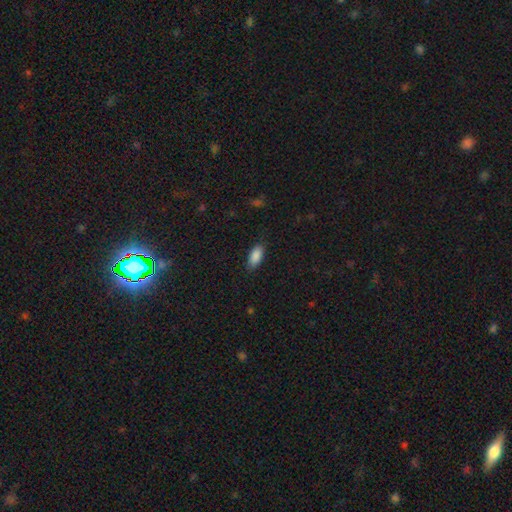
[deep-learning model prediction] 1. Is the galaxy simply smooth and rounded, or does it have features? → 89% smooth, 7% star or artifact, 5% featured or disk.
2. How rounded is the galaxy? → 88% in between, 10% cigar-shaped, 2% round.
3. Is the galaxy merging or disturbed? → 84% none, 12% minor disturbance, 3% major disturbance, 1% merger.